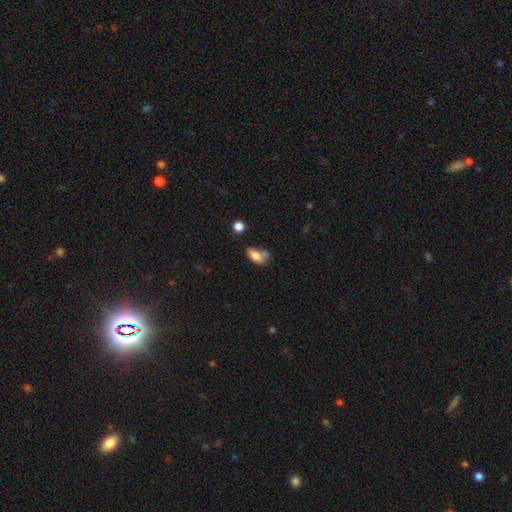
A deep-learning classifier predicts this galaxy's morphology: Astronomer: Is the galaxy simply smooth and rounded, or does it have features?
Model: smooth — 75%.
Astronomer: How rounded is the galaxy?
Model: in between — 84%.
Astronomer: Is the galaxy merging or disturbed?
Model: none — 37% (runner-up: merger, 27%).